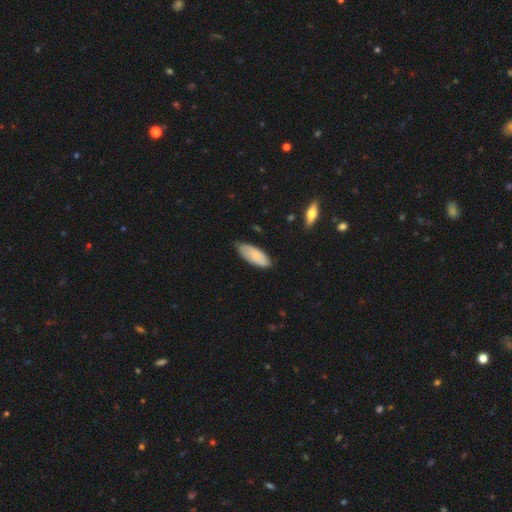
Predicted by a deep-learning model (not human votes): The model was most divided on "merging": none: 71%, minor disturbance: 25%, major disturbance: 3%, merger: 1%. More confident: how rounded — in between (83%); smooth or featured — smooth (75%).